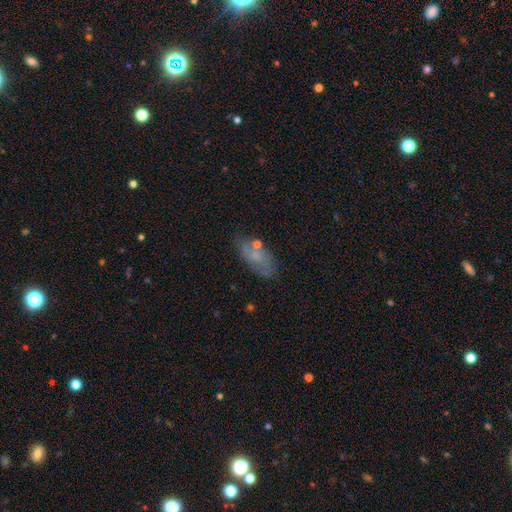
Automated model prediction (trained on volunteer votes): This is possibly a smooth galaxy (58%). How rounded: clearly in between (85%). Merging: likely none (63%).